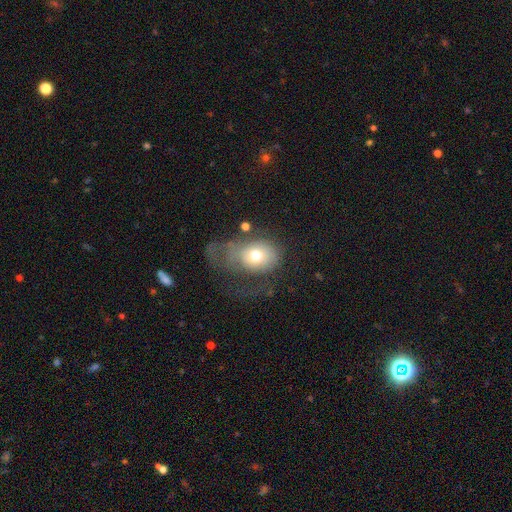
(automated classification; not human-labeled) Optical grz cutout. It shows a smooth galaxy with no disk features (64%) that is in between round and cigar-shaped (56%). Merging: major disturbance (55%).